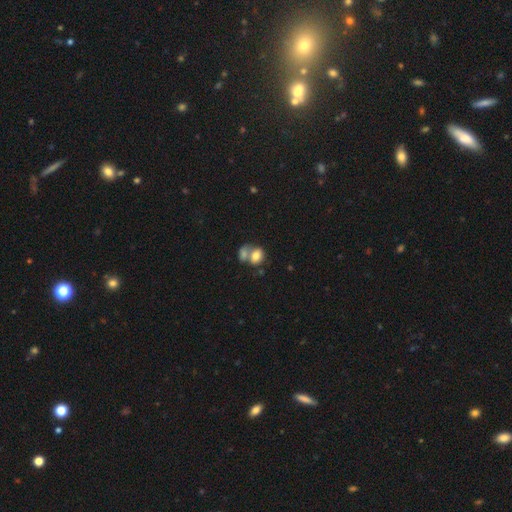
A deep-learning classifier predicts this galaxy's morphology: Smooth or featured?
  - smooth: 77% *
  - featured or disk: 14%
  - star or artifact: 9%
How rounded?
  - in between: 59% *
  - round: 39%
  - cigar-shaped: 1%
Merging?
  - merger: 57% *
  - none: 29%
  - minor disturbance: 9%
  - major disturbance: 5%